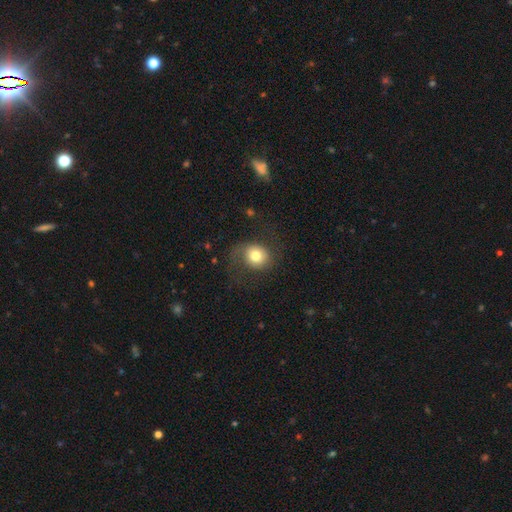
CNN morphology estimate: Q: Smooth or featured?
A: smooth (68%); runner-up: featured or disk (22%)
Q: How rounded?
A: round (71%); runner-up: in between (28%)
Q: Merging?
A: none (58%); runner-up: major disturbance (22%)